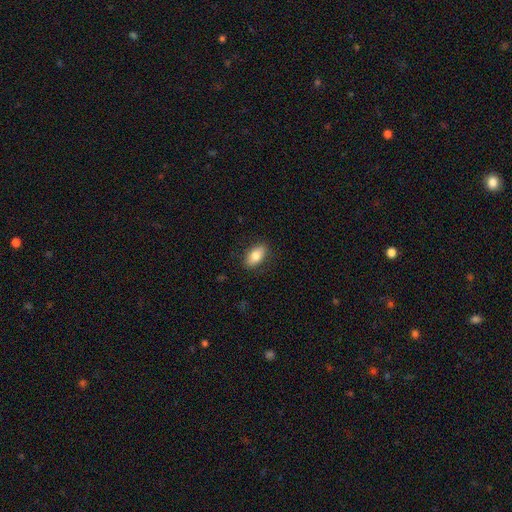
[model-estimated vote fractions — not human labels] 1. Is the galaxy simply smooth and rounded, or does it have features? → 80% smooth, 13% featured or disk, 7% star or artifact.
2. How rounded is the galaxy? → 91% in between, 6% round, 4% cigar-shaped.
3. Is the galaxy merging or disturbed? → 86% none, 10% minor disturbance, 3% major disturbance, 1% merger.